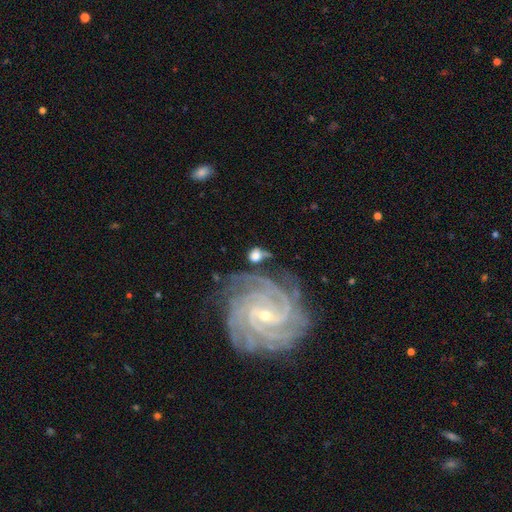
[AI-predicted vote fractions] Morphology: type=featured or disk (58%); edge-on=no (93%); bar=no (53%); spiral arms=yes (86%); bulge=small (49%); merging=none (61%).